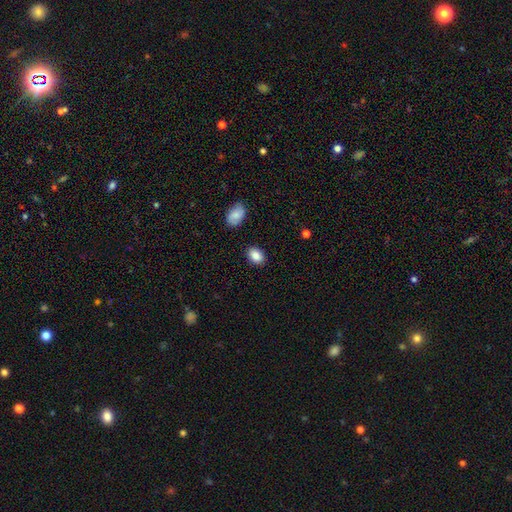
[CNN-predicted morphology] A smooth galaxy with no disk features (86%) that is in between round and cigar-shaped (74%). Merging: none (88%).